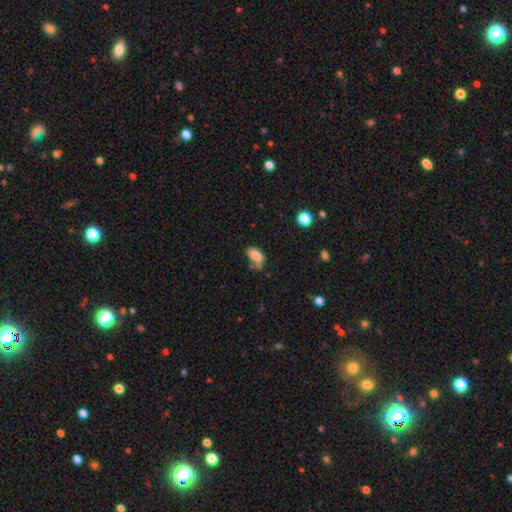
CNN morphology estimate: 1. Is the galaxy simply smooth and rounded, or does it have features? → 82% smooth, 9% star or artifact, 8% featured or disk.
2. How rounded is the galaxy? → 91% in between, 7% round, 2% cigar-shaped.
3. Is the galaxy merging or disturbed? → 43% none, 25% minor disturbance, 18% merger, 14% major disturbance.